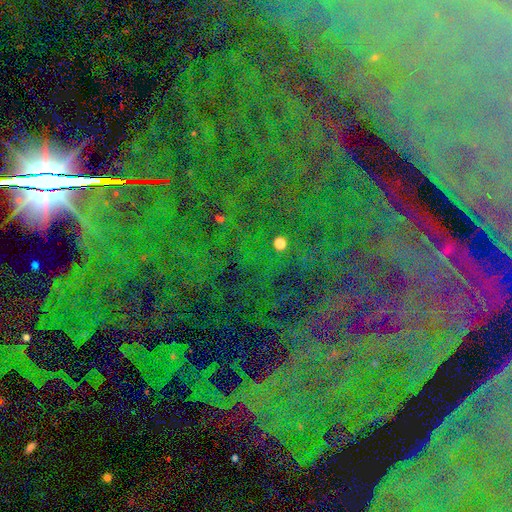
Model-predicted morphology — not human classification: Overall: star or artifact (86%).